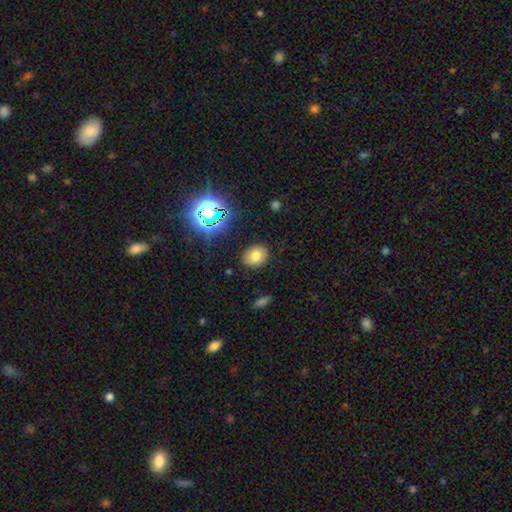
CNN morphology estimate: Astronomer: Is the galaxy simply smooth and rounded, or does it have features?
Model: smooth — 73%.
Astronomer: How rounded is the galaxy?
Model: in between — 50% (runner-up: round, 49%).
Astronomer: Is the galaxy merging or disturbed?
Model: none — 85%.